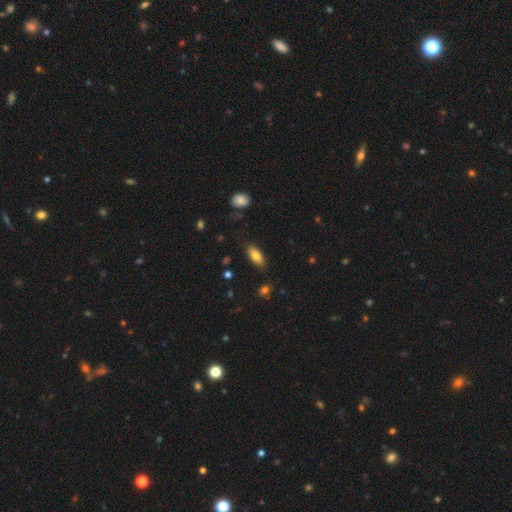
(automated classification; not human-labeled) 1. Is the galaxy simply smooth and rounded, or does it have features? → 79% smooth, 13% featured or disk, 7% star or artifact.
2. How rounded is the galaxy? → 81% in between, 17% cigar-shaped, 2% round.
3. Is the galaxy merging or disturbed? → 82% none, 13% minor disturbance, 3% major disturbance, 2% merger.